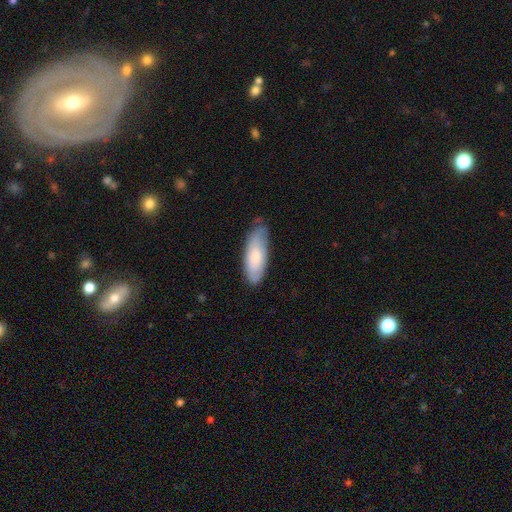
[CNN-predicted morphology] Smooth or featured?
  - smooth: 74% *
  - featured or disk: 20%
  - star or artifact: 6%
How rounded?
  - in between: 66% *
  - cigar-shaped: 32%
  - round: 2%
Merging?
  - none: 67% *
  - minor disturbance: 27%
  - major disturbance: 5%
  - merger: 2%